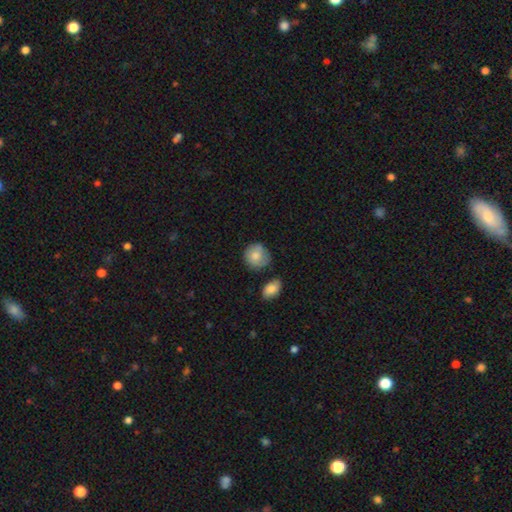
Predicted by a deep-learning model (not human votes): This is likely a smooth galaxy (79%). How rounded: clearly round (87%). Merging: likely none (66%).